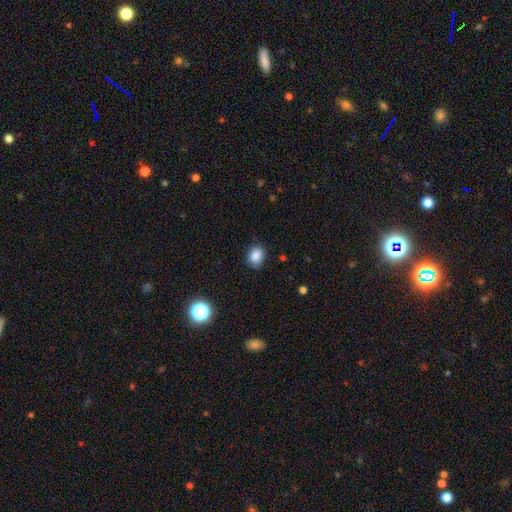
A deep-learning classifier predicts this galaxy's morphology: A smooth galaxy with no disk features (86%) that is in between round and cigar-shaped (50%). Merging: none (80%).